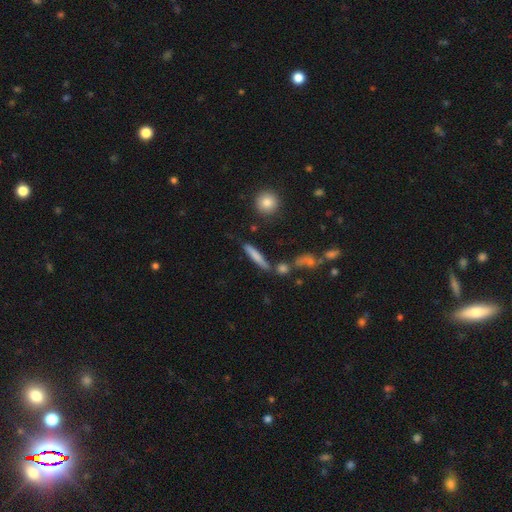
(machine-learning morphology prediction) Overall: smooth (69%). How rounded: cigar-shaped (89%). Merging: none (75%).